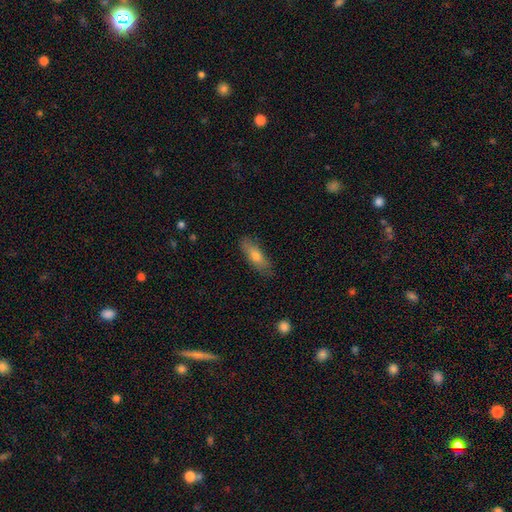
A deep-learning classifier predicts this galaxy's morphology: Smooth or featured? smooth (68%)
How rounded? in between (57%)
Merging? none (82%)